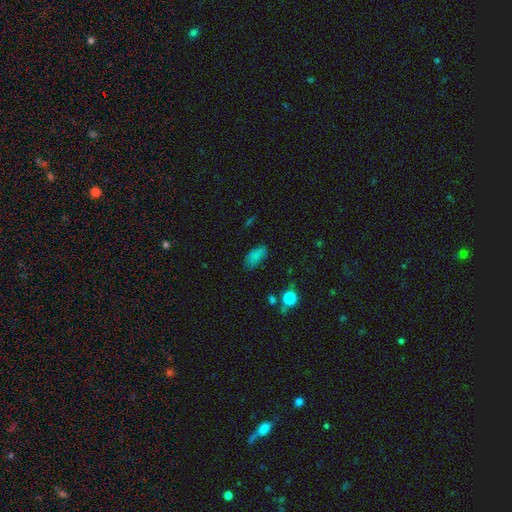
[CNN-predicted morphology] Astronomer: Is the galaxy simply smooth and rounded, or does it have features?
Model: smooth — 81%.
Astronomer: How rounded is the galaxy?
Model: in between — 89%.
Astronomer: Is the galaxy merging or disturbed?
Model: none — 74%.